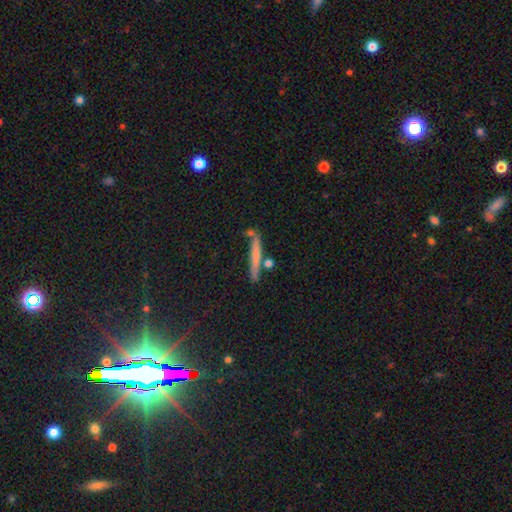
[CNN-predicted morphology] A smooth galaxy with no disk features (57%) that is cigar-shaped (93%). Merging: none (71%).